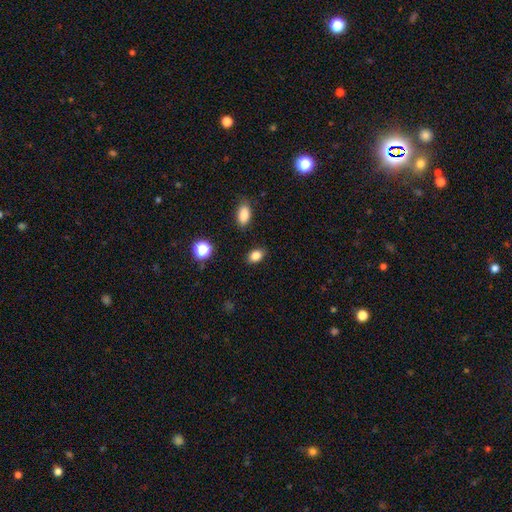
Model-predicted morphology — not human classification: Q: Smooth or featured?
A: smooth (84%); runner-up: star or artifact (11%)
Q: How rounded?
A: in between (81%); runner-up: round (18%)
Q: Merging?
A: none (86%); runner-up: minor disturbance (9%)